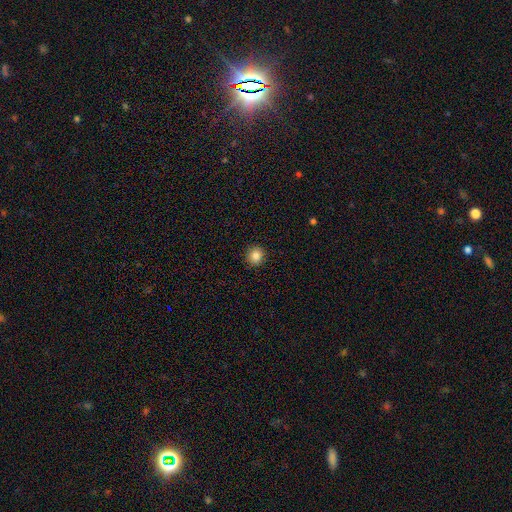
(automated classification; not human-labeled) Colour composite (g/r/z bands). It shows a smooth galaxy with no disk features (85%) that is round (92%). Merging: none (93%).